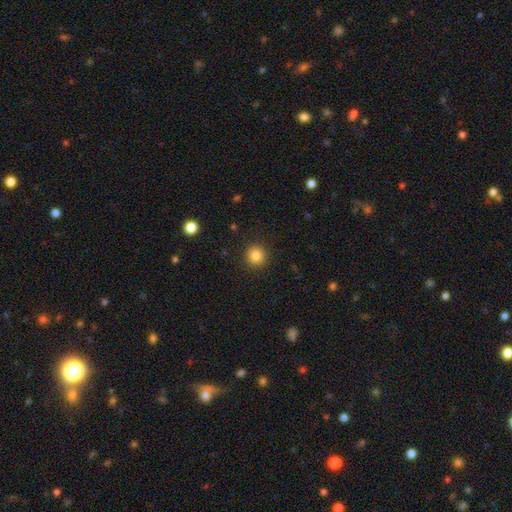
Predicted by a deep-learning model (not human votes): Smooth or featured: smooth — 84% (star or artifact — 11%)
How rounded: round — 94% (in between — 5%)
Merging: none — 91% (minor disturbance — 6%)